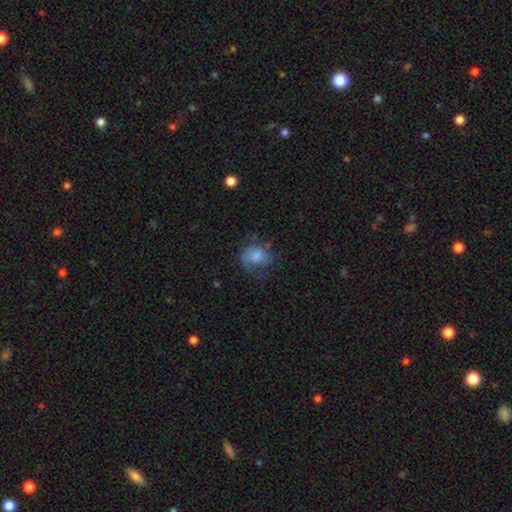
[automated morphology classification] smooth 59%, featured or disk 31%, star or artifact 9%. Down the decision tree: how rounded — round (59%); merging — none (43%).